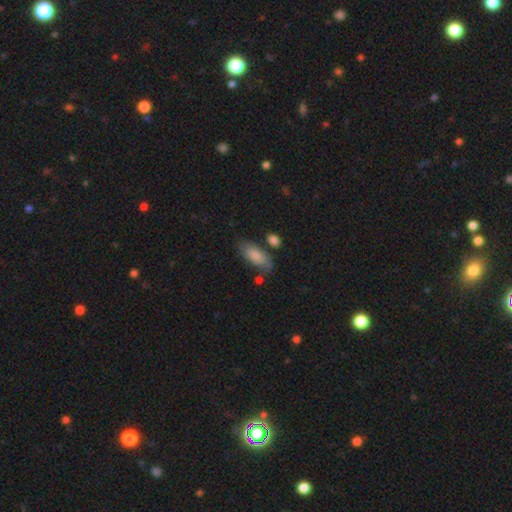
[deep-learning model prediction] Overall: smooth (82%). How rounded: in between (88%). Merging: none (65%).